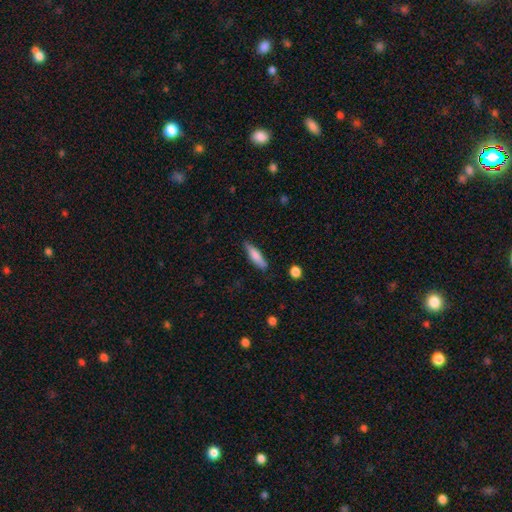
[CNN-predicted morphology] The model was most divided on "how rounded": cigar-shaped: 72%, in between: 26%, round: 2%. More confident: merging — none (78%); smooth or featured — smooth (73%).